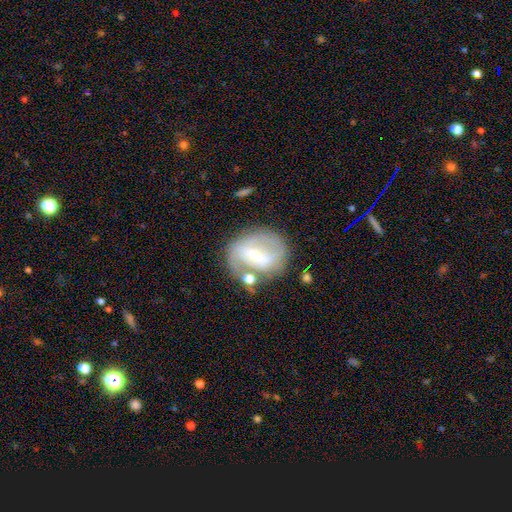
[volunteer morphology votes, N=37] Smooth or featured? featured or disk (84%)
Edge-on disk? no (97%)
Bar? weak (50%)
Spiral arms? yes (70%)
Spiral winding? tight (43%, tied with medium)
Spiral arm count? 2 (71%)
Bulge size? small (80%)
Merging? none (67%)